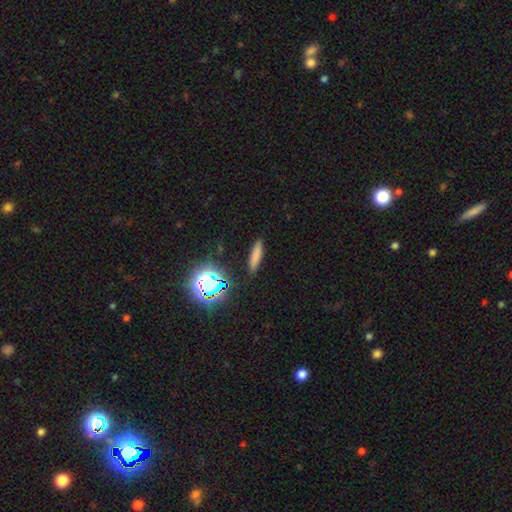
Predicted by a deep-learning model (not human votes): A smooth galaxy with no disk features (72%) that is cigar-shaped (81%). Merging: none (86%).